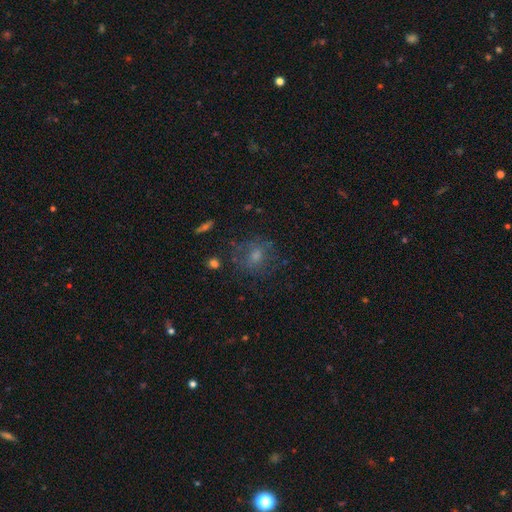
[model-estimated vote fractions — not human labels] Smooth or featured? Predicted: smooth (p=0.52). How rounded? Predicted: round (p=0.72). Merging? Predicted: none (p=0.64).